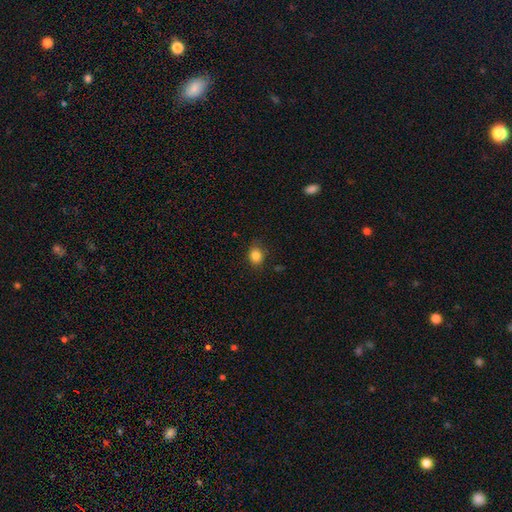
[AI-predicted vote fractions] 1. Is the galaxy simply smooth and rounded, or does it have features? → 85% smooth, 11% star or artifact, 5% featured or disk.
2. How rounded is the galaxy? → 60% round, 39% in between, 1% cigar-shaped.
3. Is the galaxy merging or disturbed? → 81% none, 14% minor disturbance, 3% major disturbance, 1% merger.